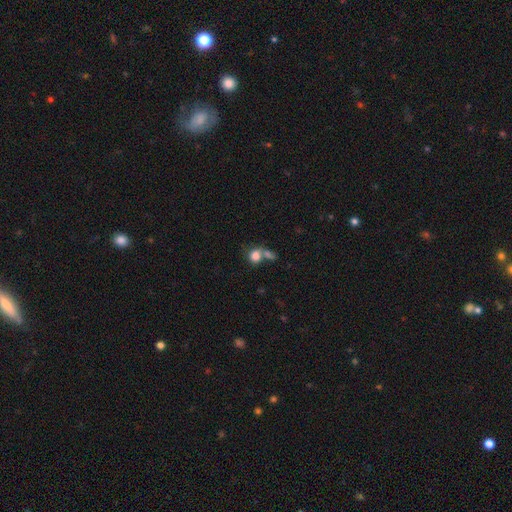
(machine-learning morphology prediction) Overall: smooth (80%). How rounded: round (61%; in between 37%). Merging: merger (47%; none 34%).